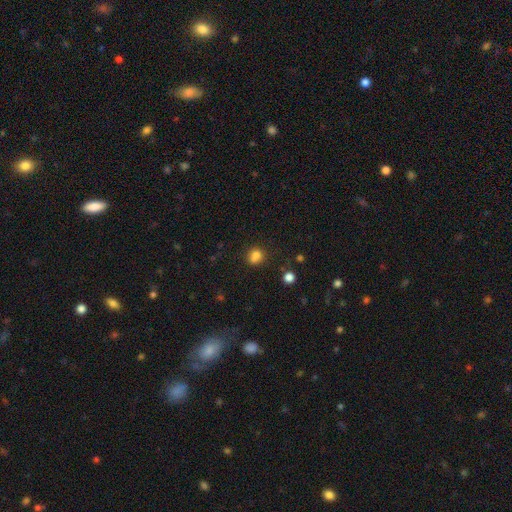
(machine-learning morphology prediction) A smooth galaxy with no disk features (80%) that is round (70%).

Vote fractions:
- Smooth or featured? smooth: 80% / star or artifact: 13% / featured or disk: 6%
- How rounded? round: 70% / in between: 29% / cigar-shaped: 1%
- Merging? none: 63% / minor disturbance: 17% / merger: 14% / major disturbance: 6%